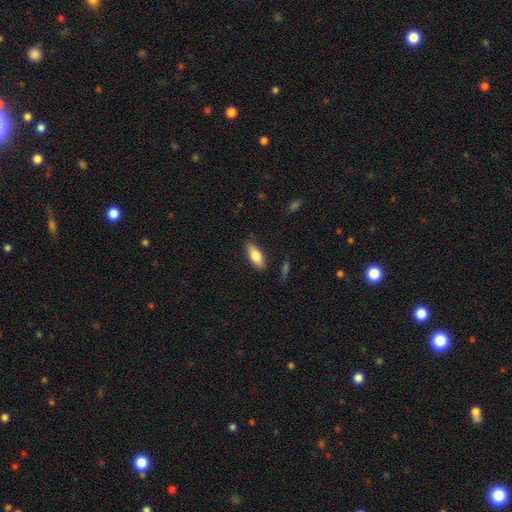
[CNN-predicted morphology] This is likely a smooth galaxy (76%). How rounded: likely in between (77%). Merging: clearly none (83%).